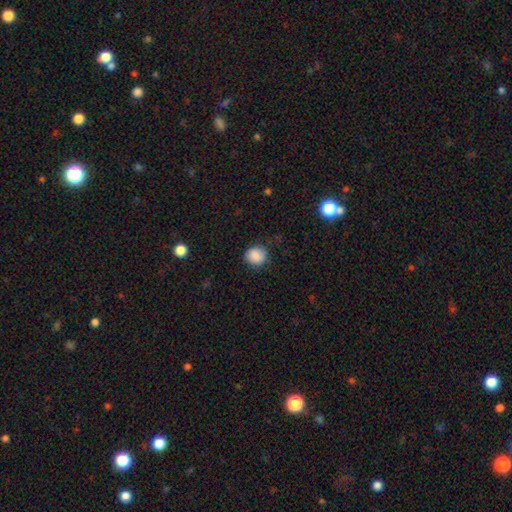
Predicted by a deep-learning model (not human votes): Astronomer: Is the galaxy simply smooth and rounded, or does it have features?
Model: smooth — 87%.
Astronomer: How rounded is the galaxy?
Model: round — 79%.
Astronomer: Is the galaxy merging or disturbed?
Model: none — 80%.